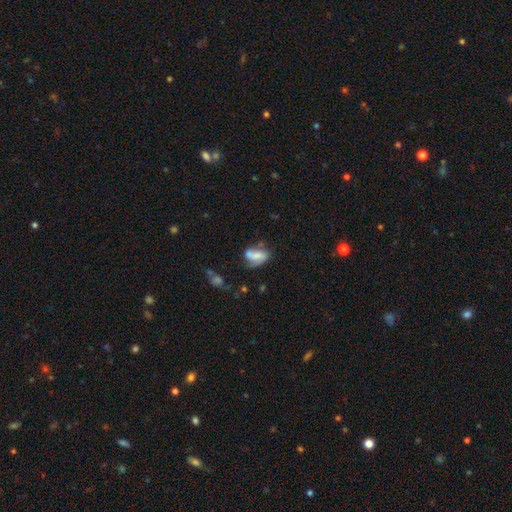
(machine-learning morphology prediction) The model was most divided on "bar": no: 36%, weak: 34%, strong: 30%. Remaining: edge-on disk — no (95%); spiral arms — yes (79%); smooth or featured — featured or disk (55%); merging — none (47%); bulge size — small (35%).